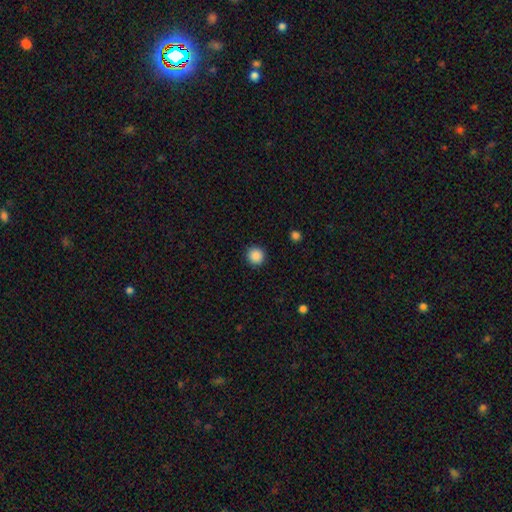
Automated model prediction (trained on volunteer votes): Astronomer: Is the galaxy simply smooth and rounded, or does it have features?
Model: smooth — 88%.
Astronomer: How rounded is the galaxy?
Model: round — 94%.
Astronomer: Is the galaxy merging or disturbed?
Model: none — 92%.